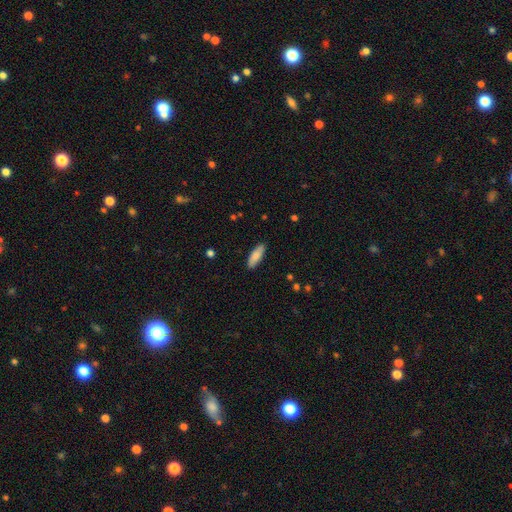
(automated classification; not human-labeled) Smooth or featured? smooth (84%)
How rounded? in between (57%)
Merging? none (87%)